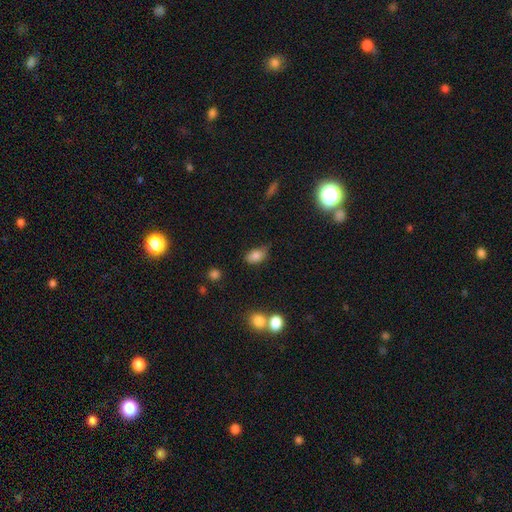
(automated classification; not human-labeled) Q: Smooth or featured?
A: smooth (81%); runner-up: star or artifact (10%)
Q: How rounded?
A: in between (85%); runner-up: round (12%)
Q: Merging?
A: none (50%); runner-up: minor disturbance (36%)